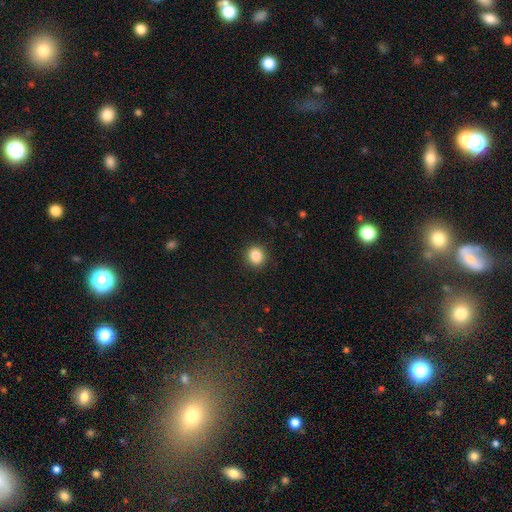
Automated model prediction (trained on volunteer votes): This is clearly a smooth galaxy (87%). How rounded: clearly round (84%). Merging: clearly none (90%).